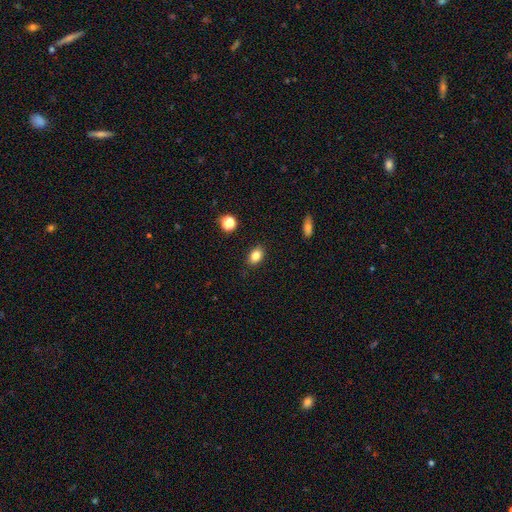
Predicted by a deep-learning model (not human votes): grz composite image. It shows a smooth galaxy with no disk features (83%) that is in between round and cigar-shaped (79%). Merging: none (87%).